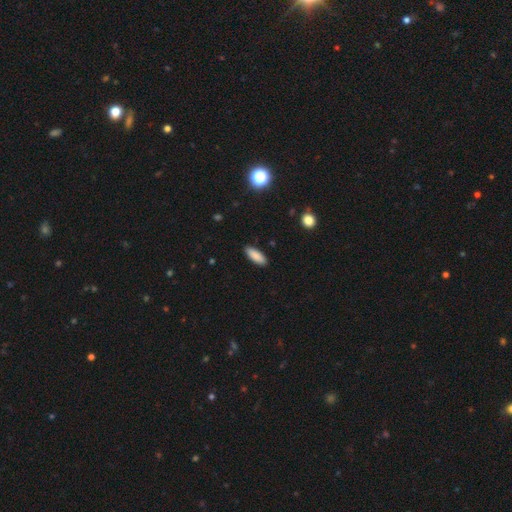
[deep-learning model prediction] Overall: smooth (87%). How rounded: in between (71%). Merging: none (89%).